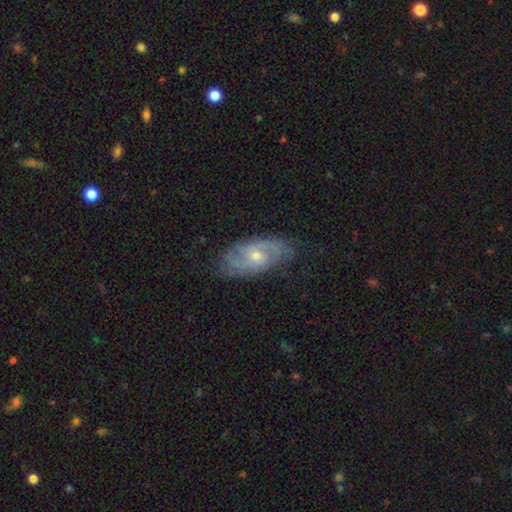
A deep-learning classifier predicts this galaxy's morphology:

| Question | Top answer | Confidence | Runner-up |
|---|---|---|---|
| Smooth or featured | featured or disk | 75% | smooth (18%) |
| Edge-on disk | no | 94% | yes (6%) |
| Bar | no | 66% | weak (30%) |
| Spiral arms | yes | 91% | no (9%) |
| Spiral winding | medium | 44% | tight (40%) |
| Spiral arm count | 2 | 61% | can't tell (22%) |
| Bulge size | small | 53% | moderate (44%) |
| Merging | none | 72% | minor disturbance (21%) |